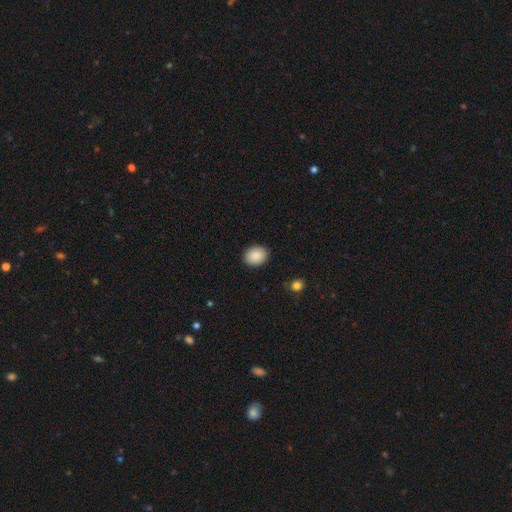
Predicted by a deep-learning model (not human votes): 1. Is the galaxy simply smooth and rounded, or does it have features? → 89% smooth, 7% star or artifact, 4% featured or disk.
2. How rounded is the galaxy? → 57% in between, 42% round, 1% cigar-shaped.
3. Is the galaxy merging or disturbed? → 89% none, 8% minor disturbance, 2% major disturbance, 1% merger.